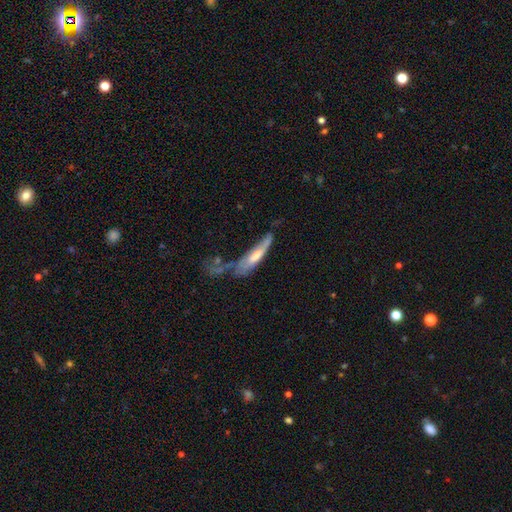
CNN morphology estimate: type=smooth (46%, tied with featured or disk); merging=major disturbance (33%).